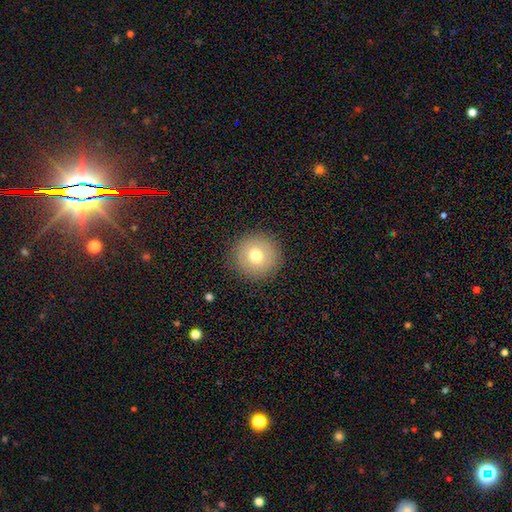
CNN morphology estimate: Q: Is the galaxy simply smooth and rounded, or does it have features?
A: smooth — 74%.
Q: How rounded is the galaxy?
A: round — 95%.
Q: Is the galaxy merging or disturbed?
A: none — 90%.